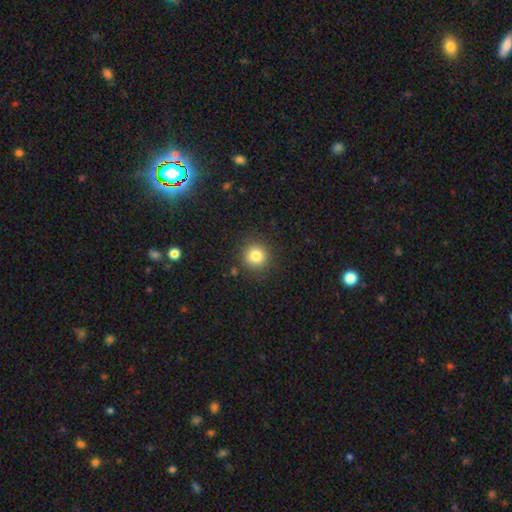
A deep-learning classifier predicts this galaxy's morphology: type=smooth (82%); roundness=round (93%); merging=none (89%).